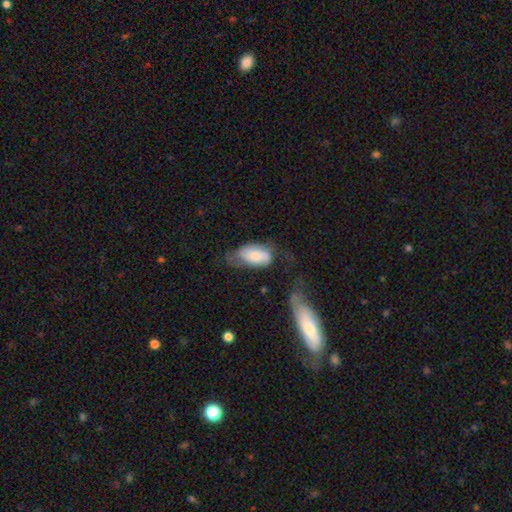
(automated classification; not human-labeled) smooth_or_featured: smooth (p=0.66) [alt: featured or disk p=0.28]
how_rounded: in between (p=0.93) [alt: round p=0.04]
merging: none (p=0.33) [alt: minor disturbance p=0.31]